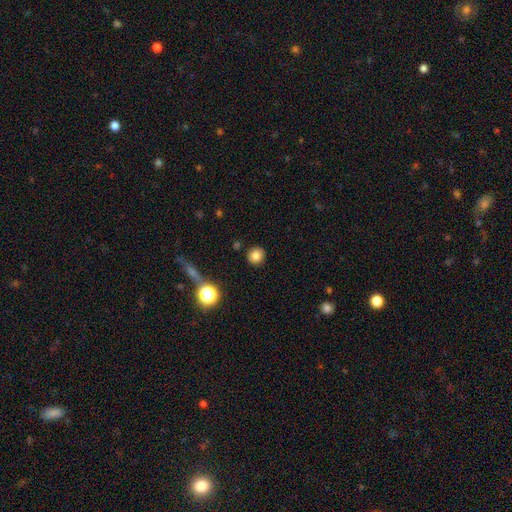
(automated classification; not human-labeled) The model was most divided on "smooth or featured": smooth: 81%, star or artifact: 12%, featured or disk: 7%. More confident: how rounded — round (91%); merging — none (90%).